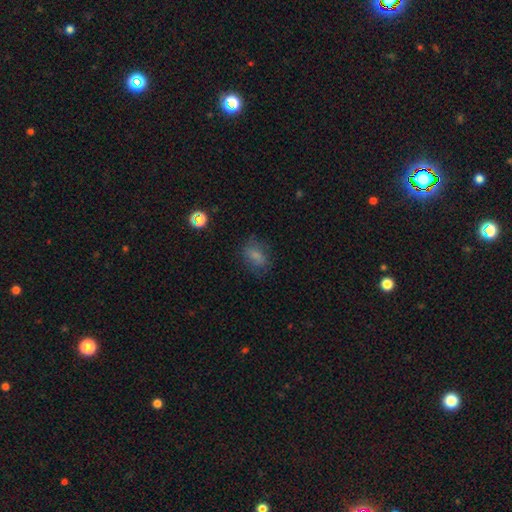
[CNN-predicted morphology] Smooth or featured?
  - smooth: 72% *
  - featured or disk: 16%
  - star or artifact: 12%
How rounded?
  - in between: 80% *
  - round: 16%
  - cigar-shaped: 4%
Merging?
  - none: 69% *
  - minor disturbance: 20%
  - major disturbance: 10%
  - merger: 2%